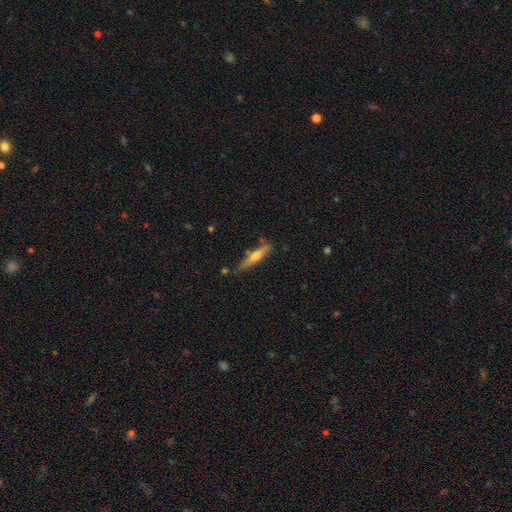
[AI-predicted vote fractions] smooth-or-featured: featured or disk: 50% | smooth: 44% | star or artifact: 6%
  disk-edge-on: yes: 94% | no: 6%
  merging: none: 73% | minor disturbance: 18% | merger: 5% | major disturbance: 4%